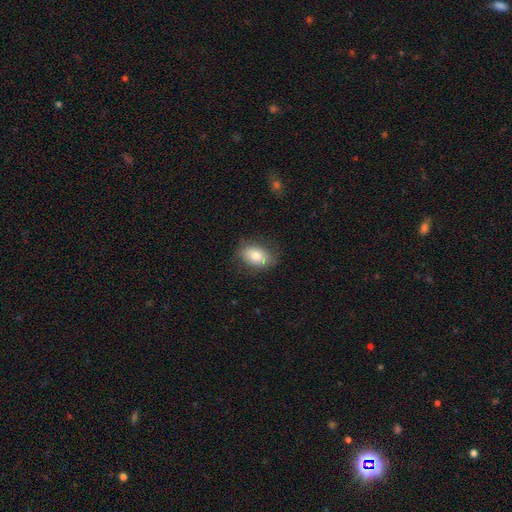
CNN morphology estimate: Q: Smooth or featured?
A: smooth (76%); runner-up: featured or disk (16%)
Q: How rounded?
A: in between (84%); runner-up: round (14%)
Q: Merging?
A: none (78%); runner-up: minor disturbance (16%)